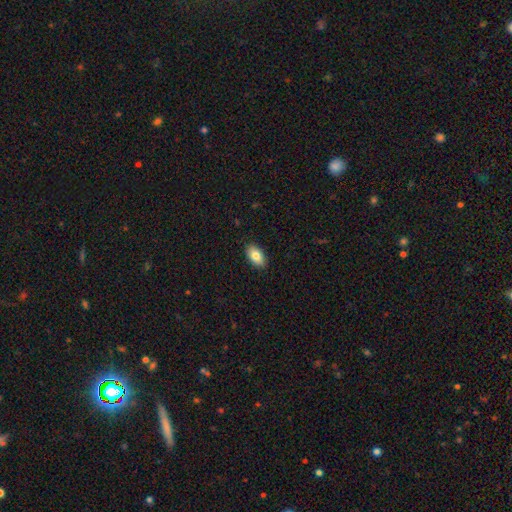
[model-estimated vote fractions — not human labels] smooth_or_featured: smooth (p=0.83) [alt: featured or disk p=0.10]
how_rounded: in between (p=0.93) [alt: round p=0.04]
merging: none (p=0.89) [alt: minor disturbance p=0.08]